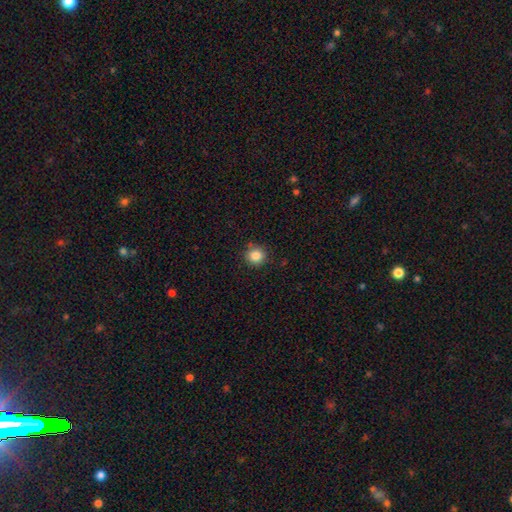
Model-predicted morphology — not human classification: Q: Smooth or featured?
A: smooth (85%); runner-up: star or artifact (11%)
Q: How rounded?
A: round (93%); runner-up: in between (6%)
Q: Merging?
A: none (88%); runner-up: minor disturbance (9%)